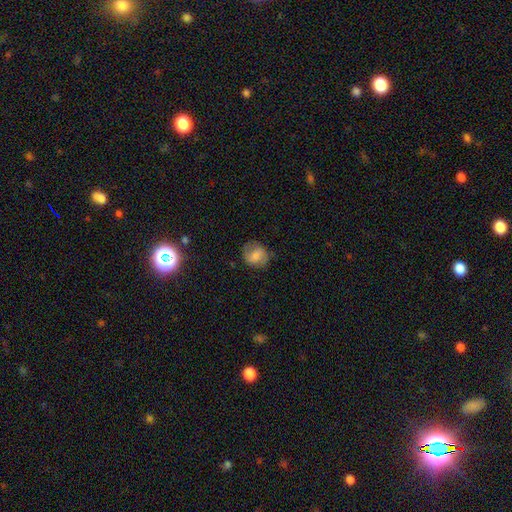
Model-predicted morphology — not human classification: type=smooth (52%); roundness=round (67%); merging=none (72%).